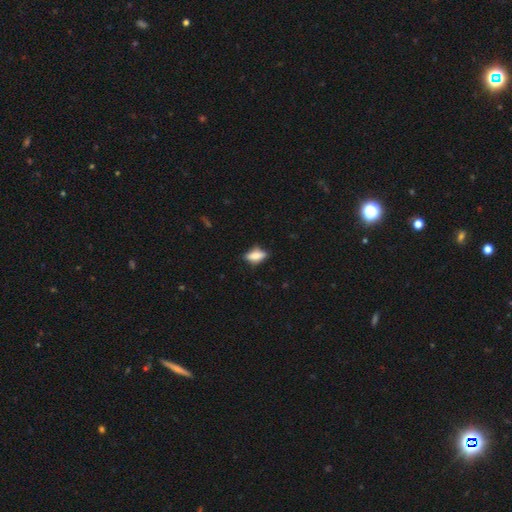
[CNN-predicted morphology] This appears to be a smooth galaxy with no disk features (67%) that is in between round and cigar-shaped (77%). Merging: none (70%).